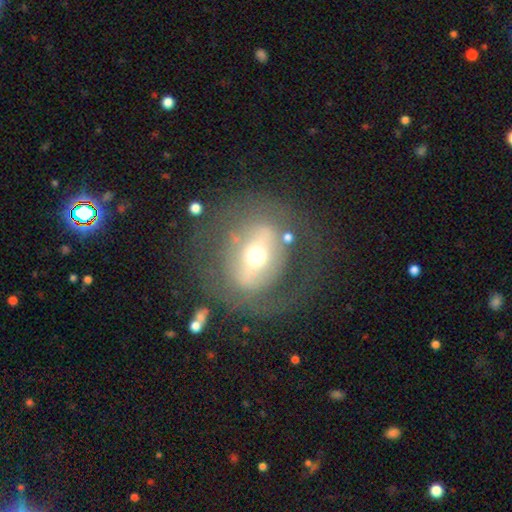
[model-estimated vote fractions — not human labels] A featured or disk galaxy (60%) with a strong bar (43%), no spiral arms (74%) and a moderate central bulge (64%). Merging: none (66%).